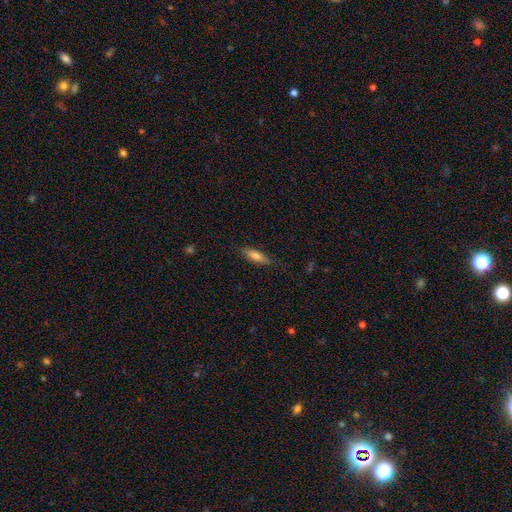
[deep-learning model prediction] Smooth or featured?
  - smooth: 72% *
  - featured or disk: 22%
  - star or artifact: 7%
How rounded?
  - cigar-shaped: 57% *
  - in between: 41%
  - round: 2%
Merging?
  - none: 83% *
  - minor disturbance: 13%
  - major disturbance: 3%
  - merger: 1%